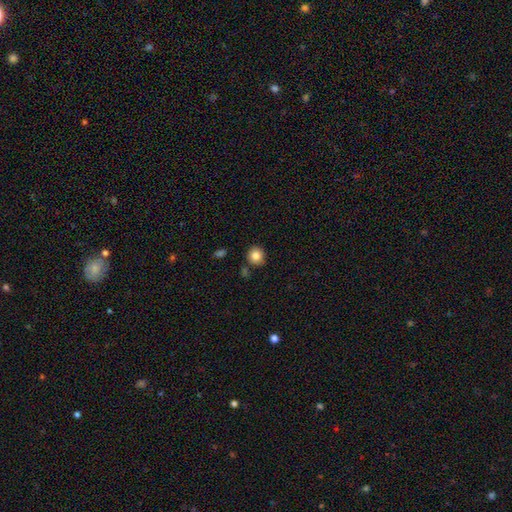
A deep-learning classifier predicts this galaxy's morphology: smooth-or-featured: smooth: 83% | star or artifact: 10% | featured or disk: 7%
  how-rounded: round: 91% | in between: 8% | cigar-shaped: 1%
  merging: none: 83% | minor disturbance: 10% | merger: 5% | major disturbance: 2%